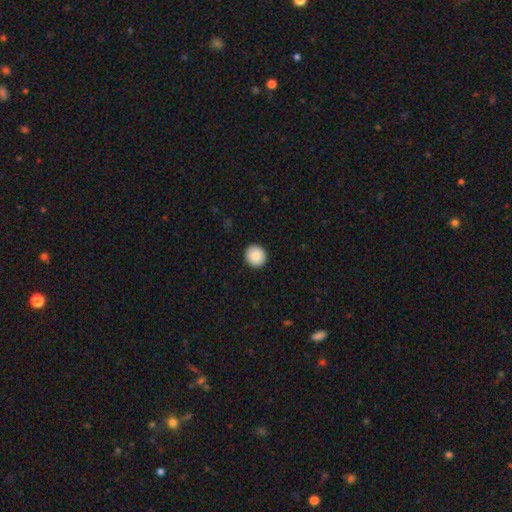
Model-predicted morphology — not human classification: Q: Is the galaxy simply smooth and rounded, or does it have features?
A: smooth — 87%.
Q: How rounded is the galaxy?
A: round — 93%.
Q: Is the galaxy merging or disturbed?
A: none — 93%.